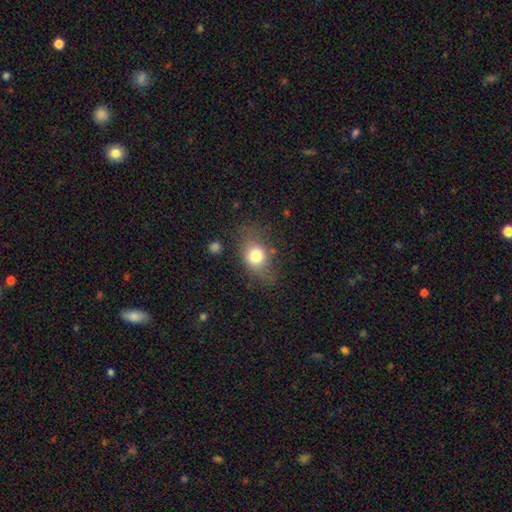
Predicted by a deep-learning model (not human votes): Morphology: type=smooth (75%); roundness=in between (56%); merging=none (65%).